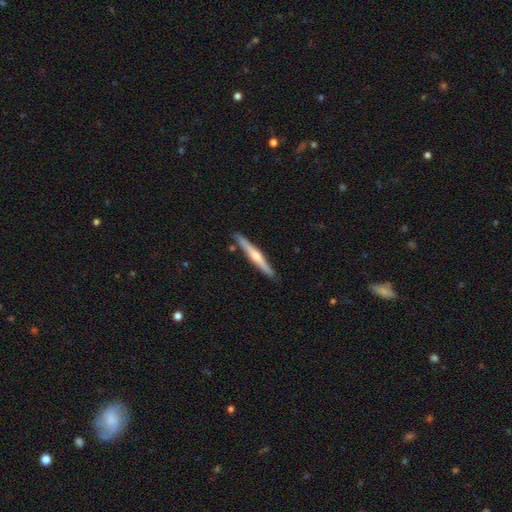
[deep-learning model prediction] Smooth or featured?
  - featured or disk: 67% *
  - smooth: 28%
  - star or artifact: 5%
Edge-on disk?
  - yes: 97% *
  - no: 3%
Edge-on bulge?
  - rounded: 82% *
  - none: 13%
  - boxy: 5%
Merging?
  - none: 90% *
  - minor disturbance: 7%
  - merger: 2%
  - major disturbance: 1%